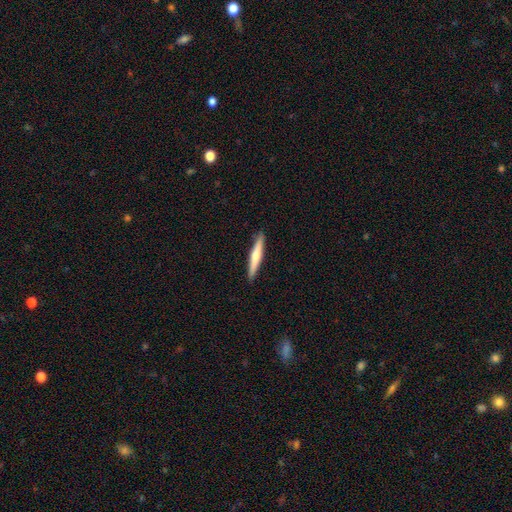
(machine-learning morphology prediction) smooth_or_featured: featured or disk (p=0.48) [alt: smooth p=0.47]
merging: none (p=0.92) [alt: minor disturbance p=0.06]